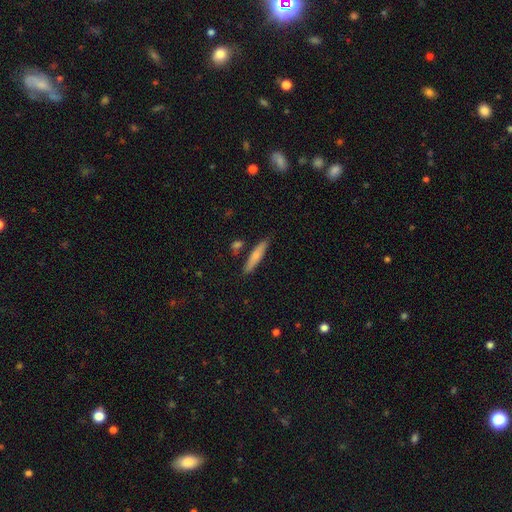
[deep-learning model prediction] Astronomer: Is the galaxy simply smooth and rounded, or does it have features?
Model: smooth — 69%.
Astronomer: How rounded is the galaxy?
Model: cigar-shaped — 87%.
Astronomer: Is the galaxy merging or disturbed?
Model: none — 81%.